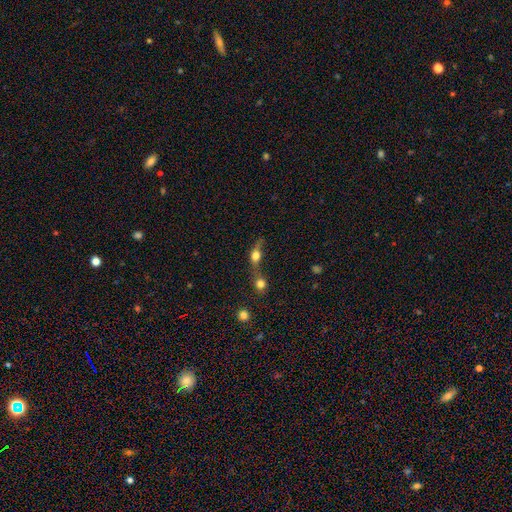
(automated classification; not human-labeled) Q: Smooth or featured?
A: smooth (63%); runner-up: featured or disk (24%)
Q: How rounded?
A: in between (45%); runner-up: round (40%)
Q: Merging?
A: merger (53%); runner-up: none (26%)